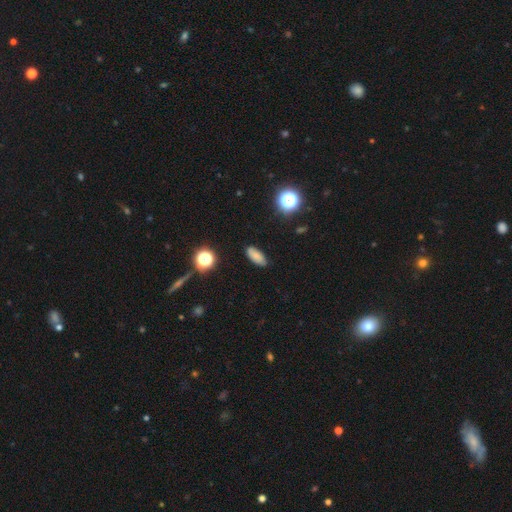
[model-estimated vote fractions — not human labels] Q: Smooth or featured?
A: smooth (78%); runner-up: star or artifact (12%)
Q: How rounded?
A: in between (81%); runner-up: cigar-shaped (14%)
Q: Merging?
A: none (85%); runner-up: minor disturbance (11%)